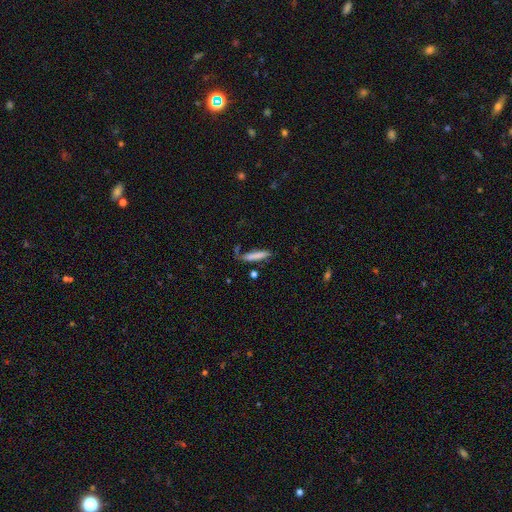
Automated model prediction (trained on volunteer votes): smooth 78%, featured or disk 15%, star or artifact 7%. Down the decision tree: how rounded — cigar-shaped (88%); merging — none (65%).